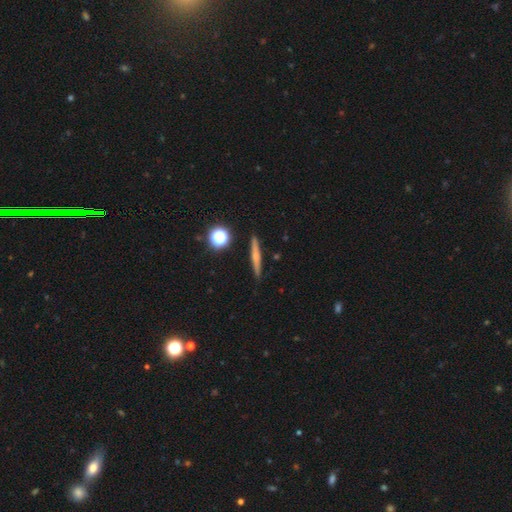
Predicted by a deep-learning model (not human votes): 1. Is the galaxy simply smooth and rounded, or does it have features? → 47% smooth, 43% featured or disk, 10% star or artifact.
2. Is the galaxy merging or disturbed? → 90% none, 7% minor disturbance, 2% merger, 2% major disturbance.